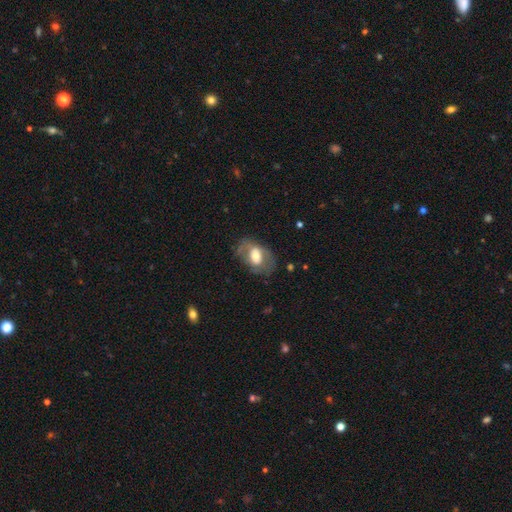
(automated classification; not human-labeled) The model was most divided on "smooth or featured": smooth: 48%, featured or disk: 45%, star or artifact: 7%. More confident: merging — none (61%).